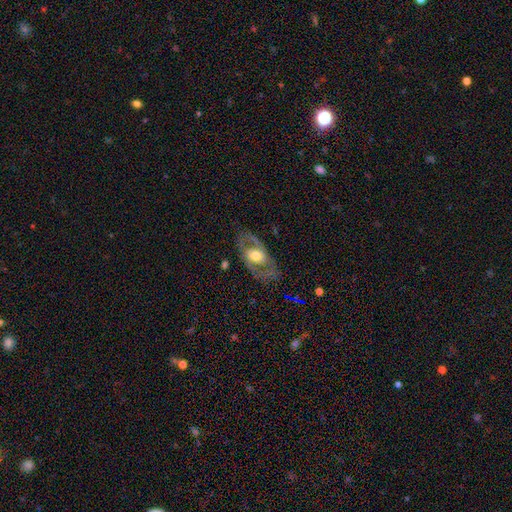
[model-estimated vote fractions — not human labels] featured or disk 67%, smooth 27%, star or artifact 6%. Down the decision tree: edge-on disk — no (89%); bar — no (67%); spiral arms — no (57%); bulge size — moderate (60%); merging — none (75%).